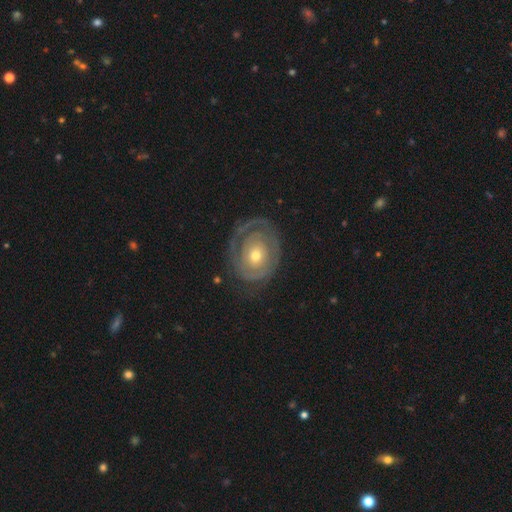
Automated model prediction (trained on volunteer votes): This is likely a featured or disk galaxy (75%). It is clearly not viewed edge-on (96%). Bar: clearly no (84%). Spiral arm pattern: likely yes (71%). Spiral arm count: marginally 1 (33%). Spiral winding: likely tight (77%). Central bulge: possibly moderate (48%, tied with small). Merging: likely none (67%).